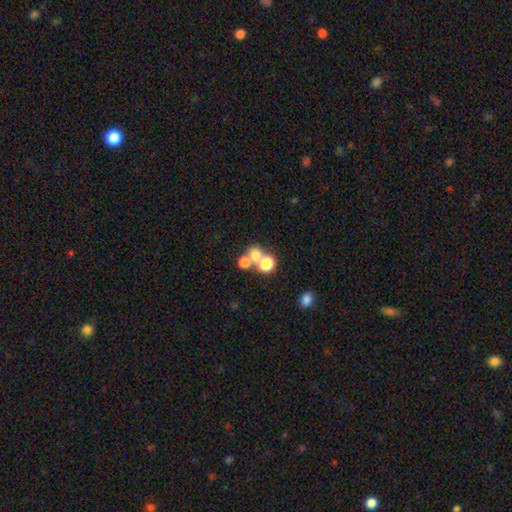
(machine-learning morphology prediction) smooth_or_featured: smooth (p=0.67) [alt: star or artifact p=0.20]
how_rounded: round (p=0.82) [alt: in between p=0.17]
merging: merger (p=0.45) [tied with: none p=0.45]